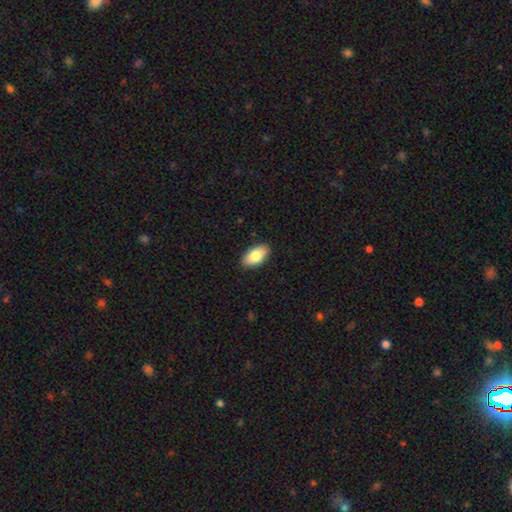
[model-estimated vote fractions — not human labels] A smooth galaxy with no disk features (82%) that is in between round and cigar-shaped (94%).

Vote fractions:
- Smooth or featured? smooth: 82% / featured or disk: 11% / star or artifact: 6%
- How rounded? in between: 94% / cigar-shaped: 3% / round: 3%
- Merging? none: 89% / minor disturbance: 8% / major disturbance: 2% / merger: 1%